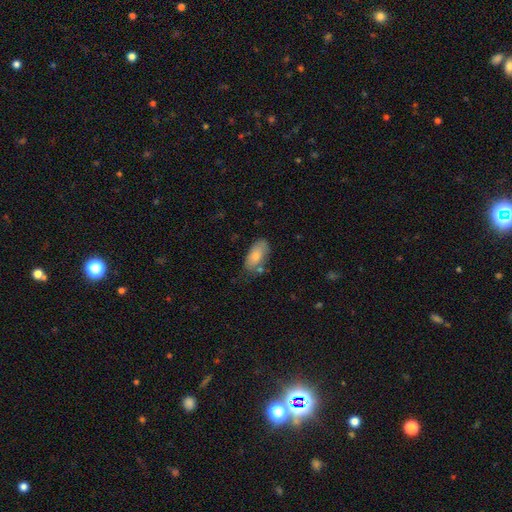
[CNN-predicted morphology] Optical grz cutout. It shows a smooth galaxy with no disk features (80%) that is in between round and cigar-shaped (91%). Merging: none (64%).